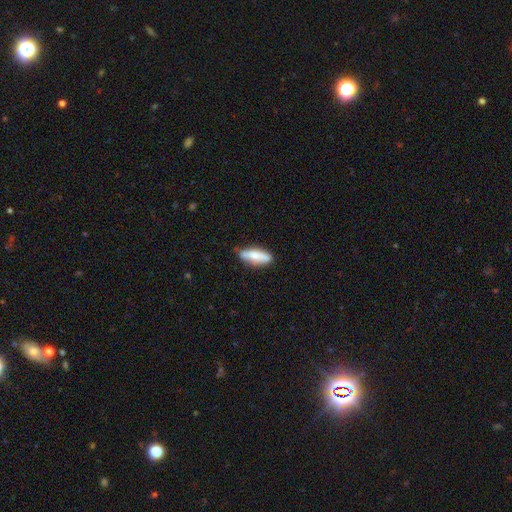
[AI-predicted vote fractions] Smooth or featured? smooth (69%)
How rounded? in between (50%)
Merging? none (71%)